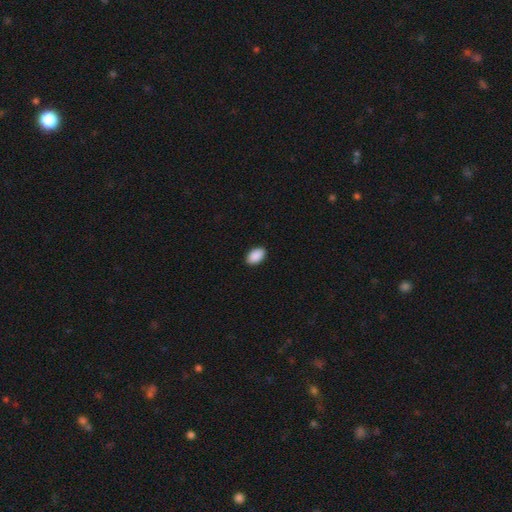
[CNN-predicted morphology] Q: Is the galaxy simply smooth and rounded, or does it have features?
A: smooth — 91%.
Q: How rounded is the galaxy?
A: in between — 91%.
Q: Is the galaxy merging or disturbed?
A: none — 90%.